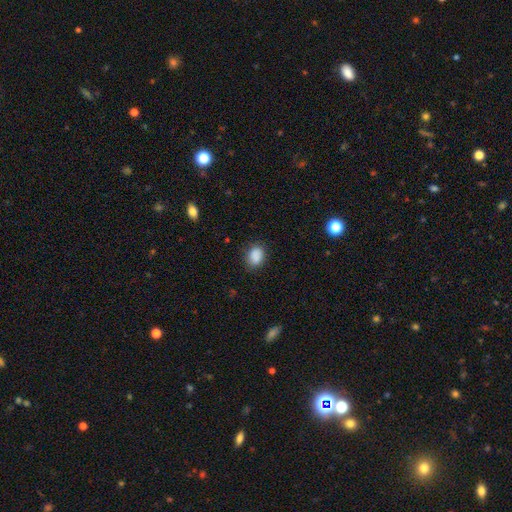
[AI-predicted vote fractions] A smooth galaxy with no disk features (88%) that is in between round and cigar-shaped (66%). Merging: none (81%).